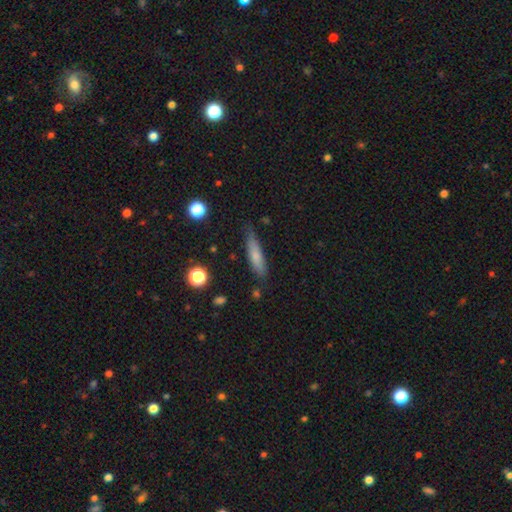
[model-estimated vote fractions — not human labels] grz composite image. It shows a smooth galaxy with no disk features (71%) that is cigar-shaped (77%). Merging: none (73%).